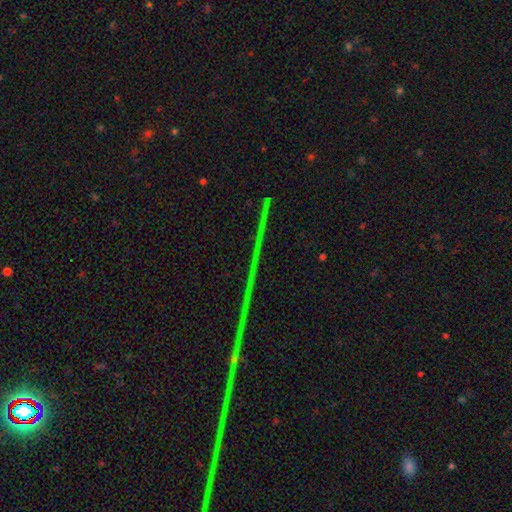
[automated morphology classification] This is clearly a star or artifact rather than a galaxy (82%).